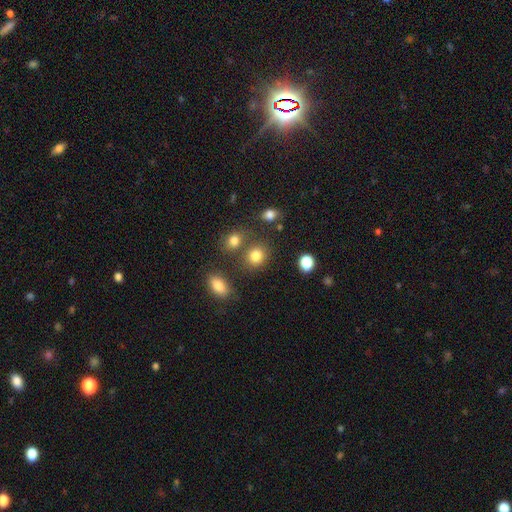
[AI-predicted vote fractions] Smooth or featured: smooth — 81% (star or artifact — 13%)
How rounded: round — 73% (in between — 26%)
Merging: none — 70% (merger — 15%)